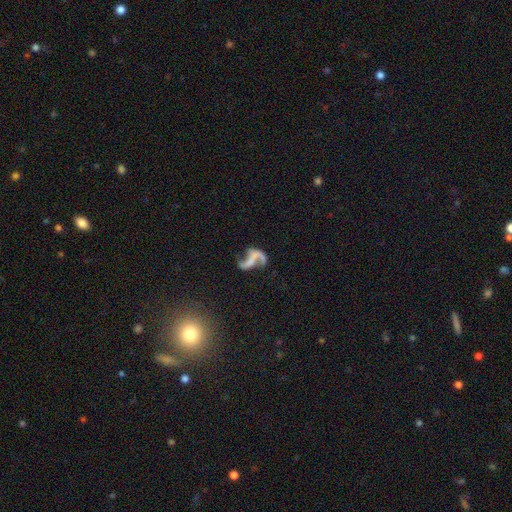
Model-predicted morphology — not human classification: featured or disk 74%, smooth 16%, star or artifact 10%. Down the decision tree: edge-on disk — no (97%); bar — no (49%); spiral arms — yes (79%); spiral arm count — 2 (79%); spiral winding — loose (84%); bulge size — none (69%); merging — none (39%).